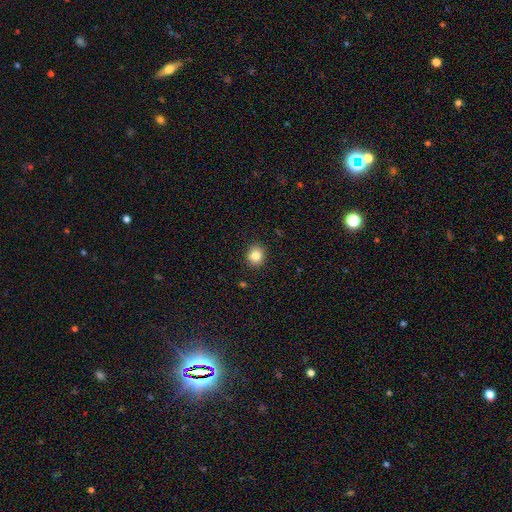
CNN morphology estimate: Q: Smooth or featured?
A: smooth (83%); runner-up: star or artifact (11%)
Q: How rounded?
A: round (82%); runner-up: in between (17%)
Q: Merging?
A: none (91%); runner-up: minor disturbance (6%)